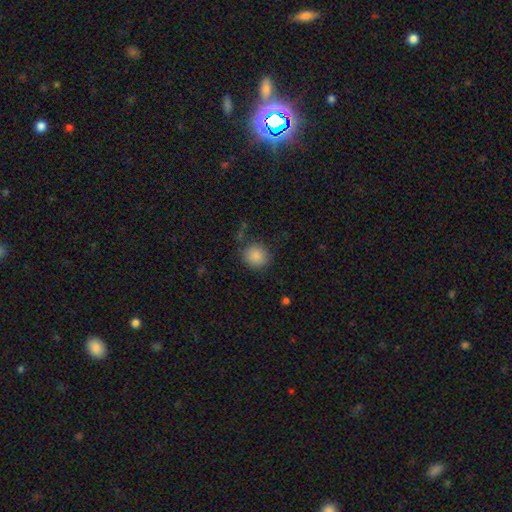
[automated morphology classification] This appears to be a smooth galaxy with no disk features (87%) that is round (87%). Merging: none (81%).